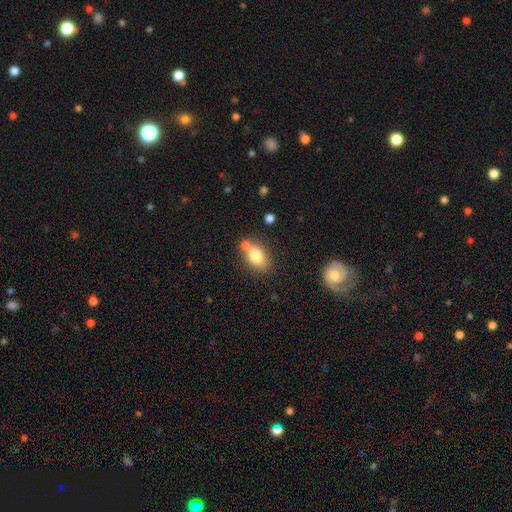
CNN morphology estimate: Q: Smooth or featured?
A: smooth (79%); runner-up: featured or disk (12%)
Q: How rounded?
A: in between (83%); runner-up: round (15%)
Q: Merging?
A: none (60%); runner-up: merger (22%)